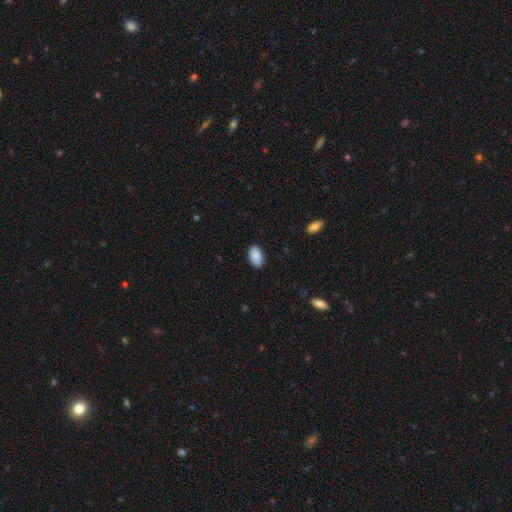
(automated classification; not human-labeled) smooth 90%, star or artifact 6%, featured or disk 4%. Down the decision tree: how rounded — in between (95%); merging — none (87%).